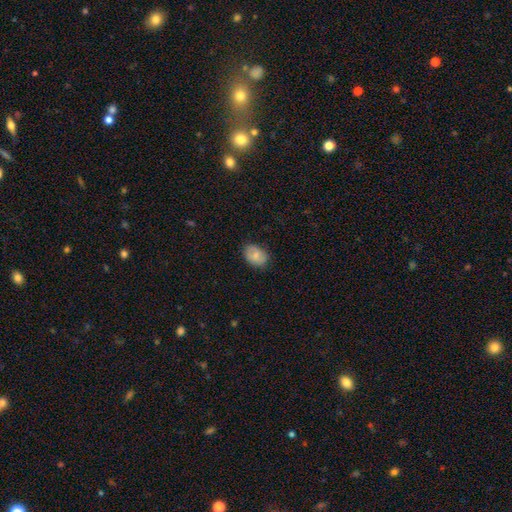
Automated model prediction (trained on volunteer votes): Q: Smooth or featured?
A: smooth (80%); runner-up: featured or disk (13%)
Q: How rounded?
A: in between (78%); runner-up: round (21%)
Q: Merging?
A: none (81%); runner-up: minor disturbance (15%)